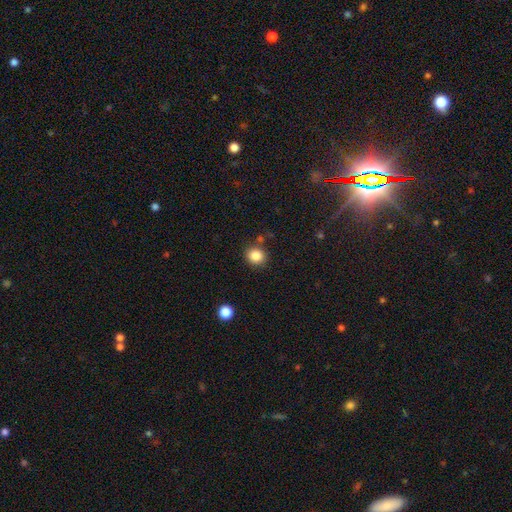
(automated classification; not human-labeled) Smooth or featured?
  - smooth: 85% *
  - star or artifact: 11%
  - featured or disk: 4%
How rounded?
  - round: 83% *
  - in between: 16%
  - cigar-shaped: 1%
Merging?
  - none: 85% *
  - minor disturbance: 9%
  - merger: 4%
  - major disturbance: 3%